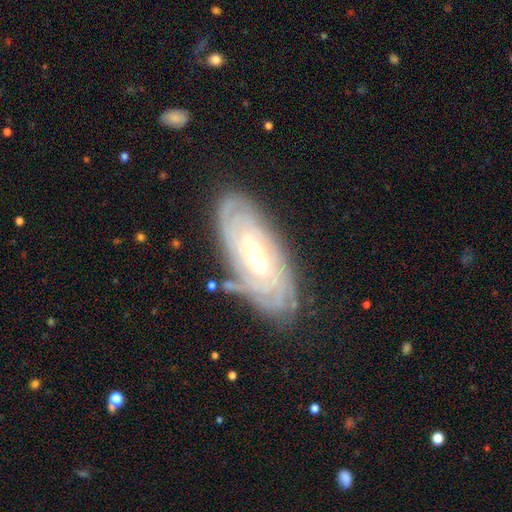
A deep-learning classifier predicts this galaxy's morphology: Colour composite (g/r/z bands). It shows a featured or disk galaxy (84%) with a weak bar (45%), tight (80%) spiral arms (95%) and a moderate central bulge (63%). Merging: none (78%).